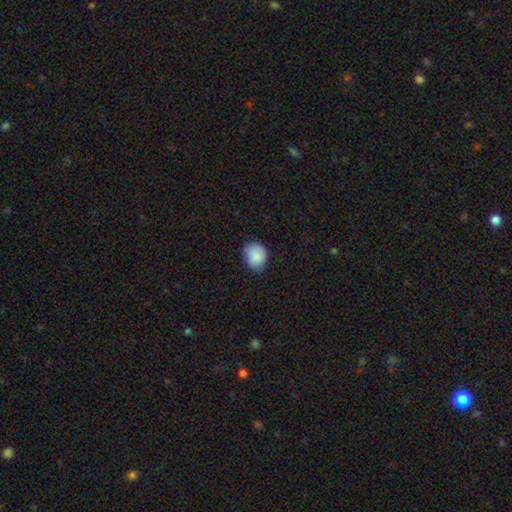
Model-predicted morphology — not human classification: smooth 85%, featured or disk 8%, star or artifact 7%. Down the decision tree: how rounded — round (53%); merging — none (62%).